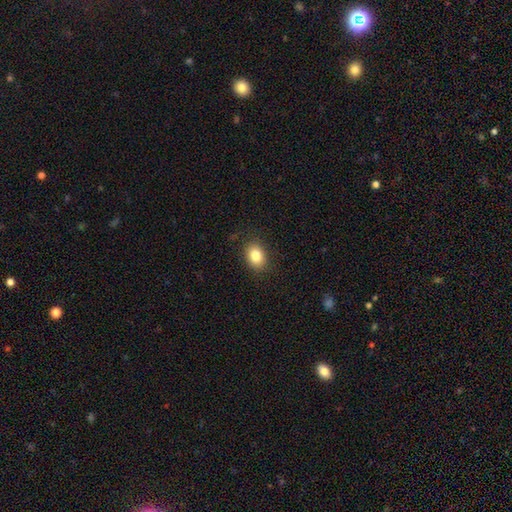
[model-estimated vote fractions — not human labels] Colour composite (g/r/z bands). It shows a smooth galaxy with no disk features (83%) that is in between round and cigar-shaped (62%). Merging: none (87%).